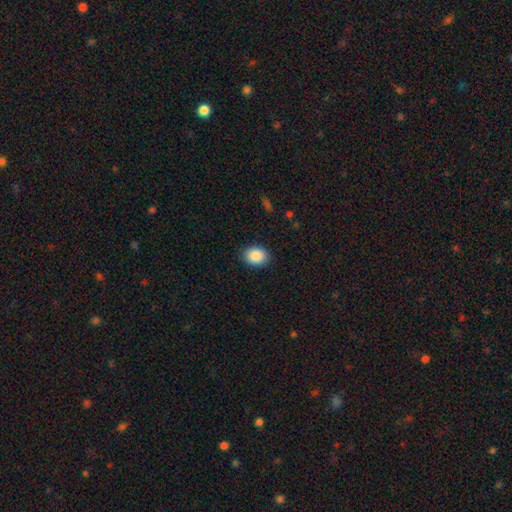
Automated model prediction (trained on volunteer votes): Q: Smooth or featured?
A: smooth (89%); runner-up: star or artifact (8%)
Q: How rounded?
A: in between (54%); runner-up: round (45%)
Q: Merging?
A: none (89%); runner-up: minor disturbance (8%)